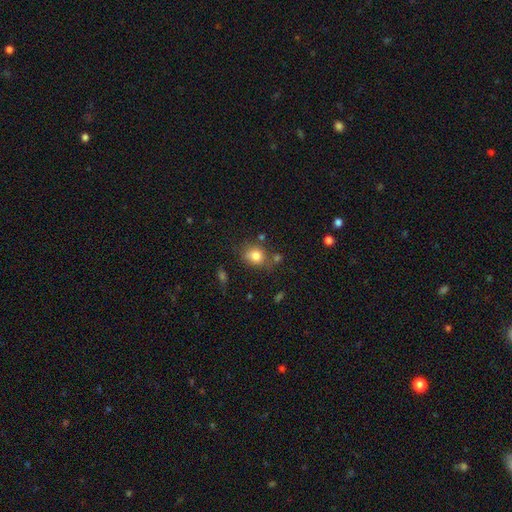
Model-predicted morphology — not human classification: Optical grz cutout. It shows a smooth galaxy with no disk features (81%) that is round (61%). Merging: none (66%).